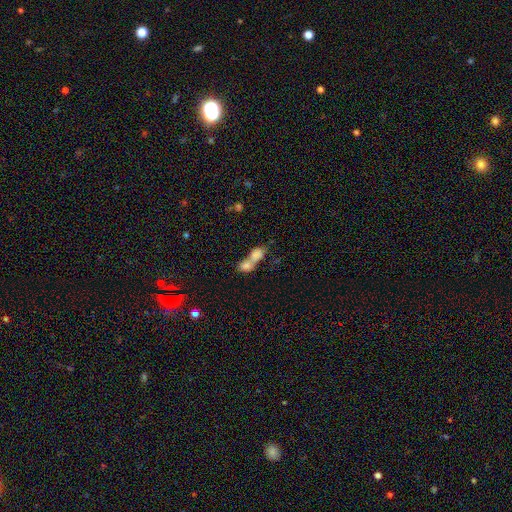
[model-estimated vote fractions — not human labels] Q: Smooth or featured?
A: smooth (75%); runner-up: featured or disk (15%)
Q: How rounded?
A: in between (66%); runner-up: round (28%)
Q: Merging?
A: merger (80%); runner-up: none (12%)